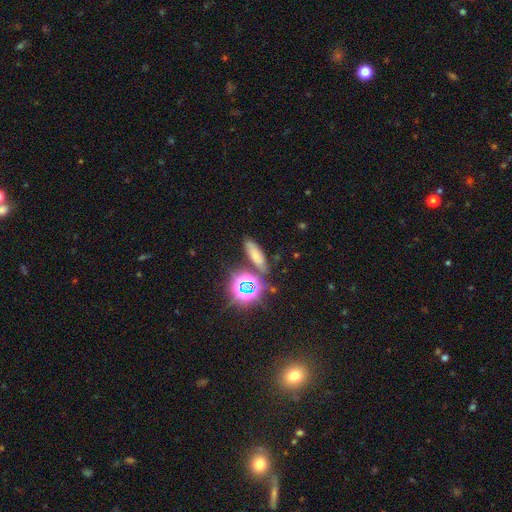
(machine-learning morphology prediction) Smooth or featured?
  - smooth: 59% *
  - star or artifact: 29%
  - featured or disk: 12%
How rounded?
  - in between: 52% *
  - cigar-shaped: 38%
  - round: 10%
Merging?
  - none: 76% *
  - minor disturbance: 12%
  - merger: 8%
  - major disturbance: 4%